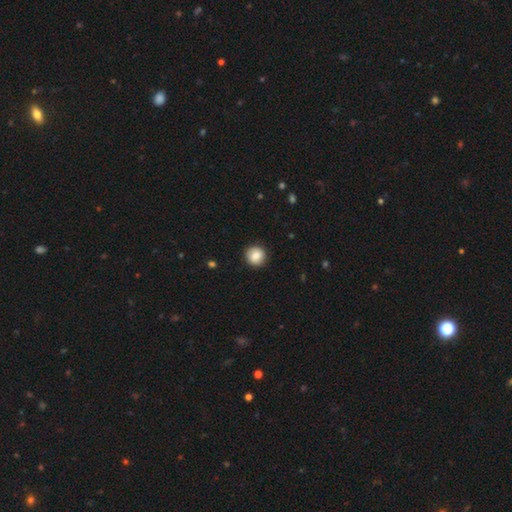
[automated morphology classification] A smooth galaxy with no disk features (83%) that is round (91%).

Vote fractions:
- Smooth or featured? smooth: 83% / featured or disk: 9% / star or artifact: 8%
- How rounded? round: 91% / in between: 8% / cigar-shaped: 1%
- Merging? none: 89% / minor disturbance: 8% / major disturbance: 2% / merger: 1%